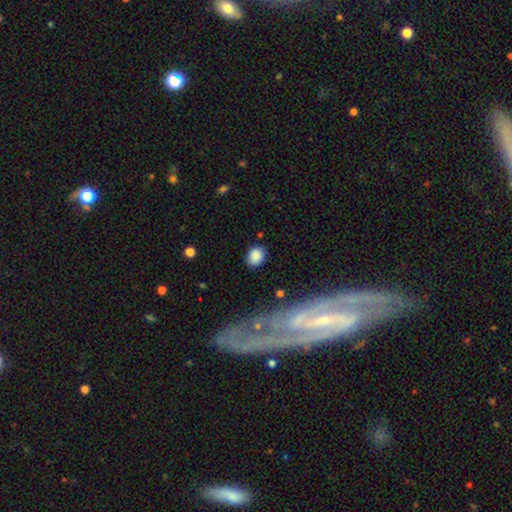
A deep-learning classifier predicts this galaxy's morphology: smooth-or-featured: smooth: 85% | star or artifact: 9% | featured or disk: 6%
  how-rounded: round: 53% | in between: 46% | cigar-shaped: 1%
  merging: none: 82% | minor disturbance: 12% | major disturbance: 3% | merger: 2%